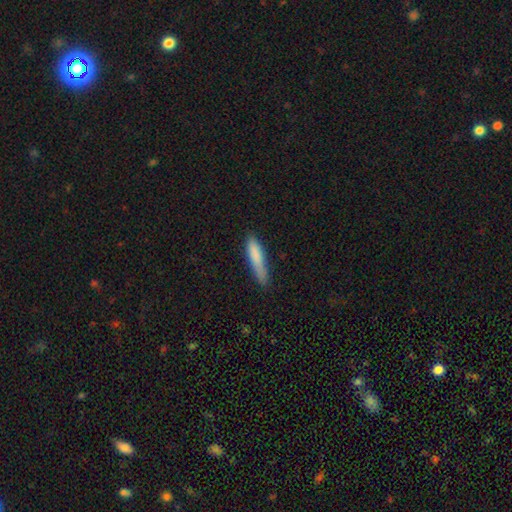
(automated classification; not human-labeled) smooth_or_featured: smooth (p=0.82) [alt: featured or disk p=0.11]
how_rounded: cigar-shaped (p=0.84) [alt: in between p=0.15]
merging: none (p=0.71) [alt: minor disturbance p=0.23]